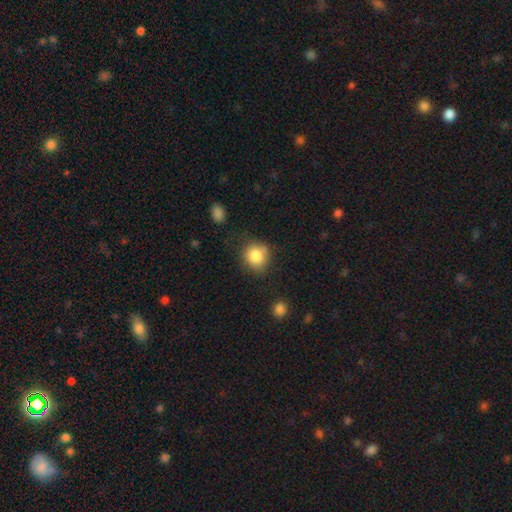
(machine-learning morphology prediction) Smooth or featured?
  - smooth: 84% *
  - star or artifact: 9%
  - featured or disk: 7%
How rounded?
  - round: 81% *
  - in between: 18%
  - cigar-shaped: 1%
Merging?
  - none: 71% *
  - minor disturbance: 19%
  - major disturbance: 6%
  - merger: 4%